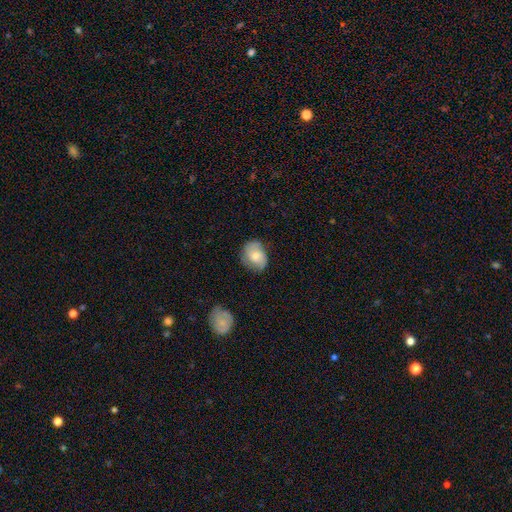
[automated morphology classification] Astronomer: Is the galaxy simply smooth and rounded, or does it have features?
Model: smooth — 63%.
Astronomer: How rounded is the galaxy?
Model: in between — 56% (runner-up: round, 43%).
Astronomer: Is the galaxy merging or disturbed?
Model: none — 67%.